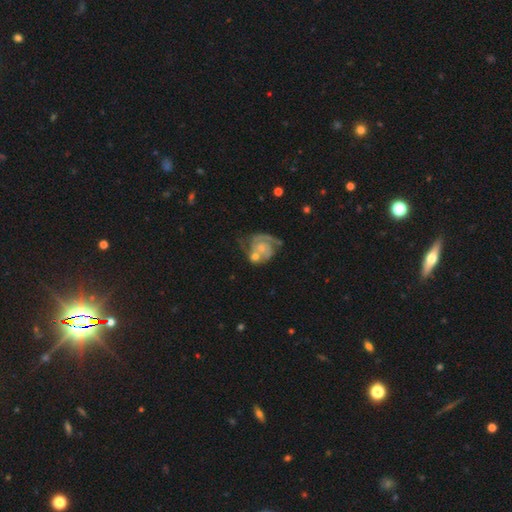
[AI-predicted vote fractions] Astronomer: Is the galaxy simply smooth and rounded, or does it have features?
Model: featured or disk — 73%.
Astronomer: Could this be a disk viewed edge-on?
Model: no — 97%.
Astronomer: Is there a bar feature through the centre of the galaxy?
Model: no — 65%.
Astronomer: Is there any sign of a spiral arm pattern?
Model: yes — 89%.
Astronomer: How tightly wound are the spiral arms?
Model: tight — 49% (runner-up: medium, 39%).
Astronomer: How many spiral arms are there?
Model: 2 — 41% (runner-up: can't tell, 24%).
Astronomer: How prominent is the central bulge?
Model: small — 58%.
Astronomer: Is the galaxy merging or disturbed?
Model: none — 50%.